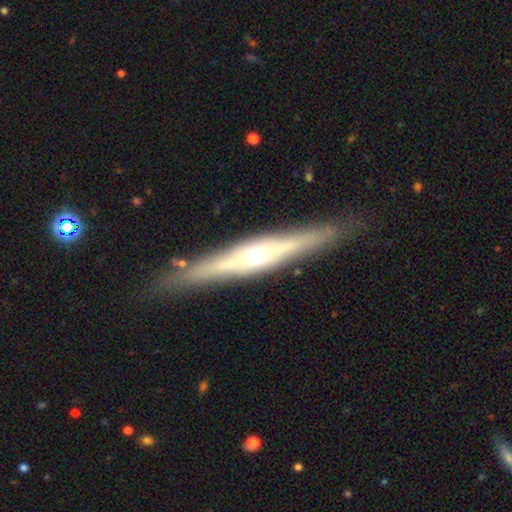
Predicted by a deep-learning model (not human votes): Morphology: type=featured or disk (76%); edge-on=yes (93%); edge-on bulge=rounded (81%); merging=none (85%).